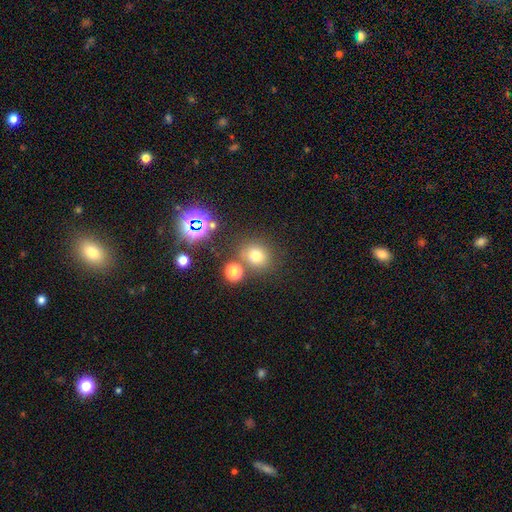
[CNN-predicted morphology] Smooth or featured: smooth — 67% (star or artifact — 23%)
How rounded: round — 81% (in between — 18%)
Merging: none — 71% (merger — 15%)